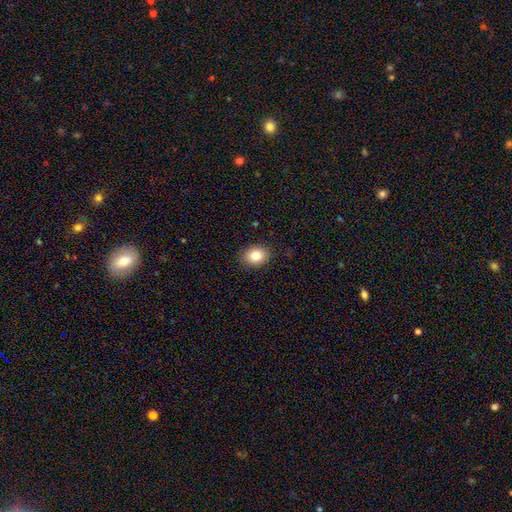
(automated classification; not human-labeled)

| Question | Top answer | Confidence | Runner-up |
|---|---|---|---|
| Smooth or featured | smooth | 83% | star or artifact (9%) |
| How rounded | in between | 55% | round (44%) |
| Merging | none | 89% | minor disturbance (8%) |